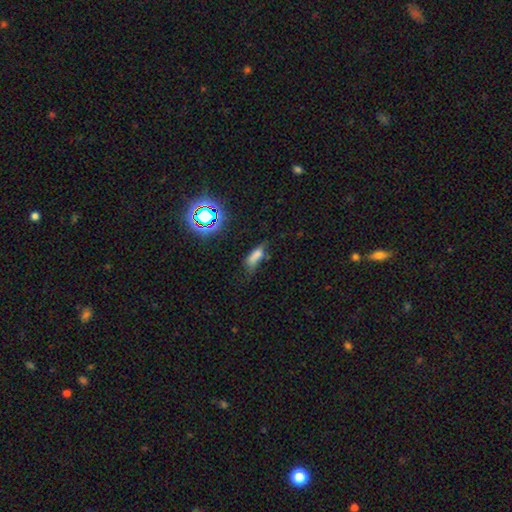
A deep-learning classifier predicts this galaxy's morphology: Overall: smooth (69%). How rounded: in between (65%; cigar-shaped 31%). Merging: none (44%; minor disturbance 33%).